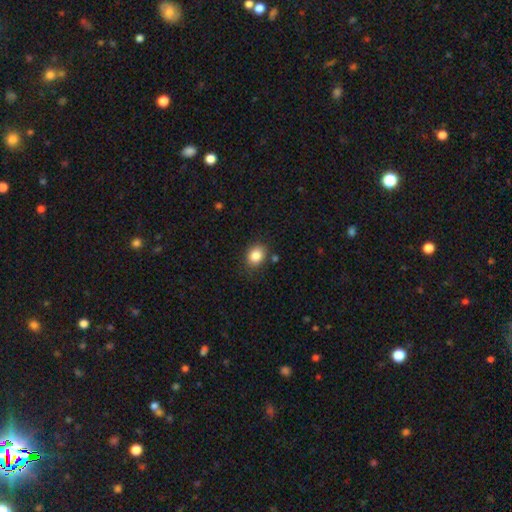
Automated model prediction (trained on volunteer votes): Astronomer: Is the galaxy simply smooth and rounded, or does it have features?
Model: smooth — 85%.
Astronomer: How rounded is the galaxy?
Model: round — 50% (runner-up: in between, 49%).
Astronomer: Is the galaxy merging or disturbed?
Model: none — 80%.